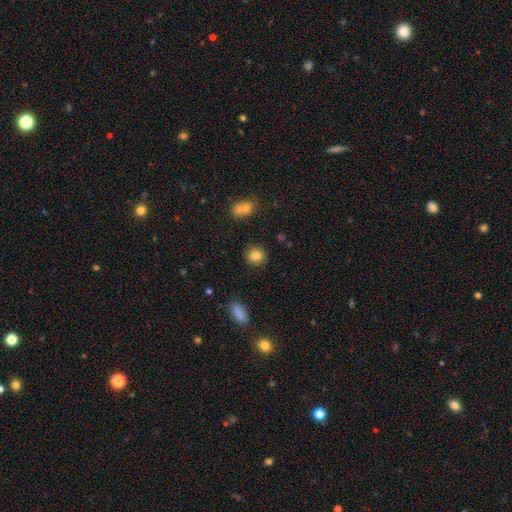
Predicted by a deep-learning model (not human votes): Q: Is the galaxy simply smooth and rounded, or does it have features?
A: smooth — 84%.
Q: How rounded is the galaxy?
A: round — 82%.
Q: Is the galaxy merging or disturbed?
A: none — 87%.